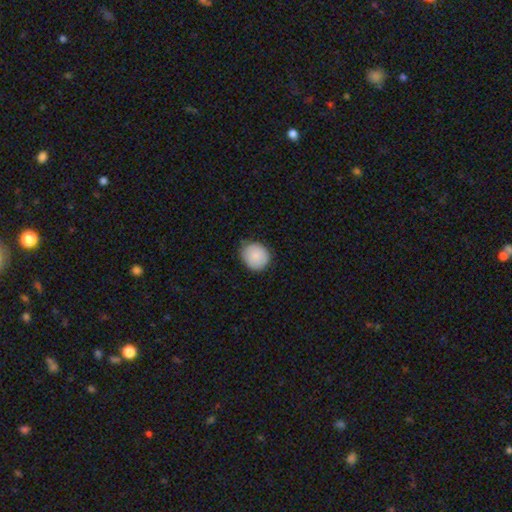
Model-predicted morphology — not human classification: Overall: smooth (87%). How rounded: round (81%). Merging: none (77%).